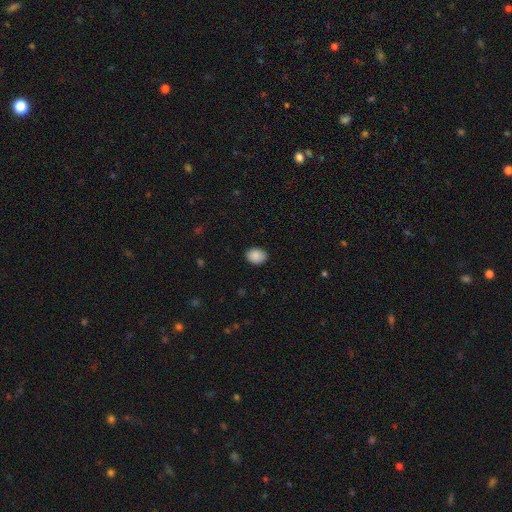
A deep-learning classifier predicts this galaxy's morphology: Overall: smooth (89%). How rounded: in between (64%; round 35%). Merging: none (86%).